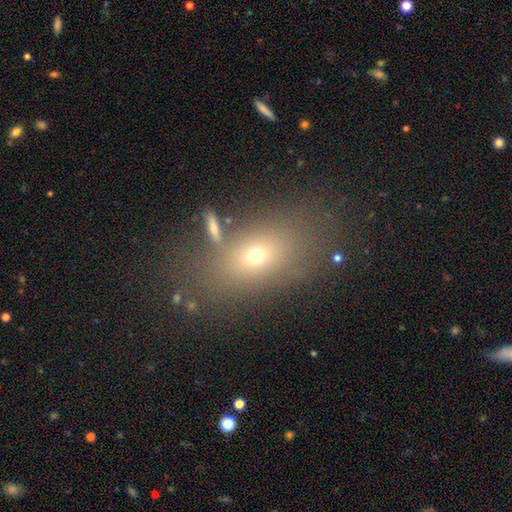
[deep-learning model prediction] Morphology: type=smooth (62%); roundness=in between (75%); merging=none (74%).